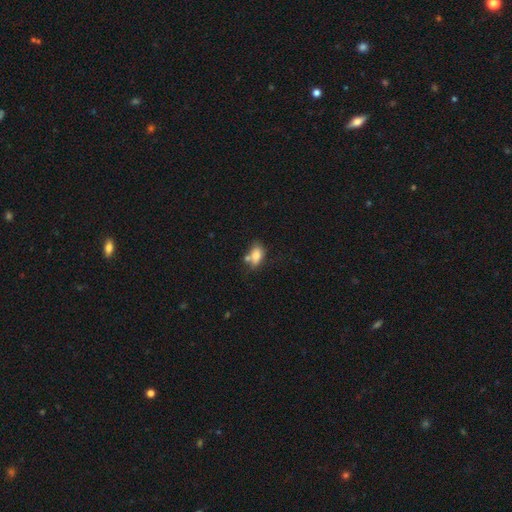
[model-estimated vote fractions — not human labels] The model was most divided on "merging": none: 42%, merger: 29%, minor disturbance: 21%, major disturbance: 8%. More confident: how rounded — in between (82%); smooth or featured — smooth (76%).